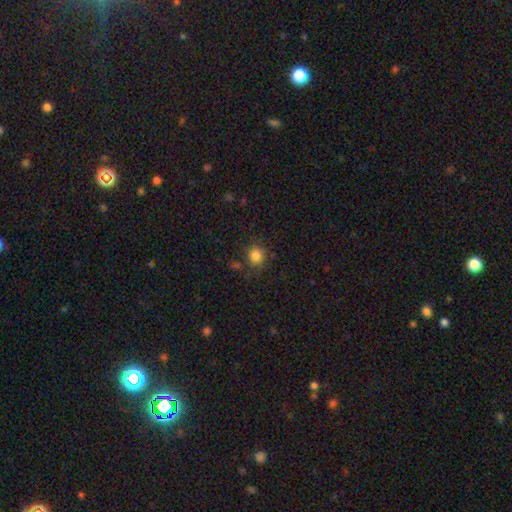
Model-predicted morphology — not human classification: This appears to be a smooth galaxy with no disk features (83%) that is round (90%). Merging: none (84%).